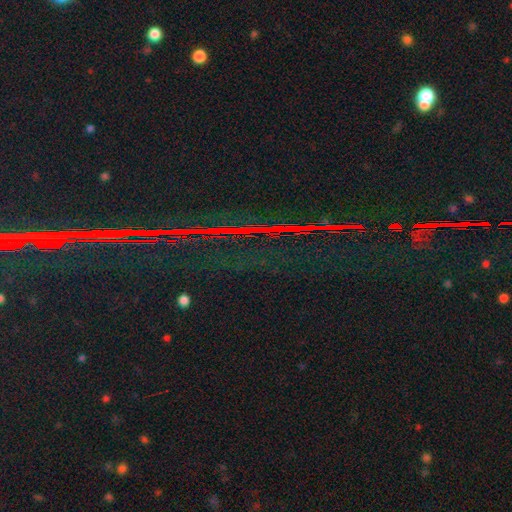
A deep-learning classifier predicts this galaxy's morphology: star or artifact 86%, featured or disk 8%, smooth 6%.